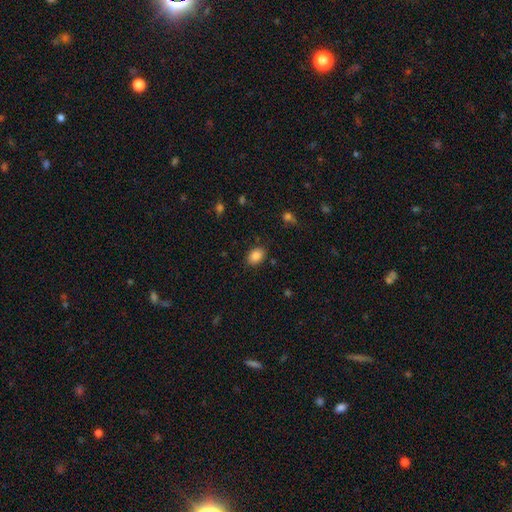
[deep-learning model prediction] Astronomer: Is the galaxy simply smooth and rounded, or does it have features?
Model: smooth — 85%.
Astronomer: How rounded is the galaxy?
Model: in between — 78%.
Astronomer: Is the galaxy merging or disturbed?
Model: none — 85%.